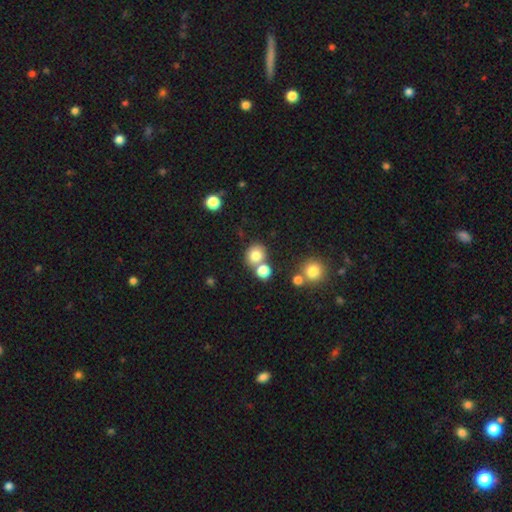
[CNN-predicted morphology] A smooth galaxy with no disk features (78%) that is round (79%). Merging: none (61%).